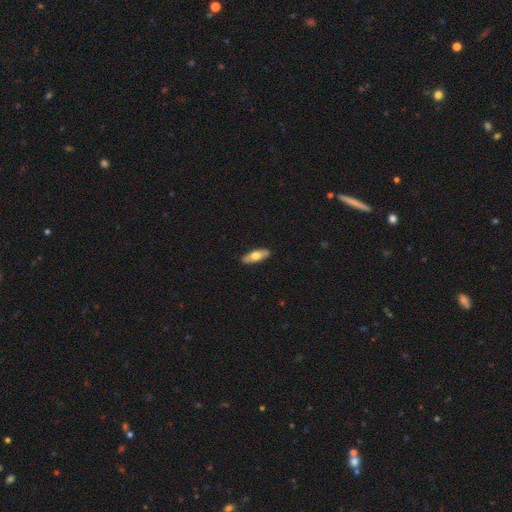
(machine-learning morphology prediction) smooth-or-featured: smooth: 60% | featured or disk: 35% | star or artifact: 5%
  how-rounded: in between: 62% | cigar-shaped: 36% | round: 3%
  merging: none: 89% | minor disturbance: 8% | major disturbance: 2% | merger: 1%